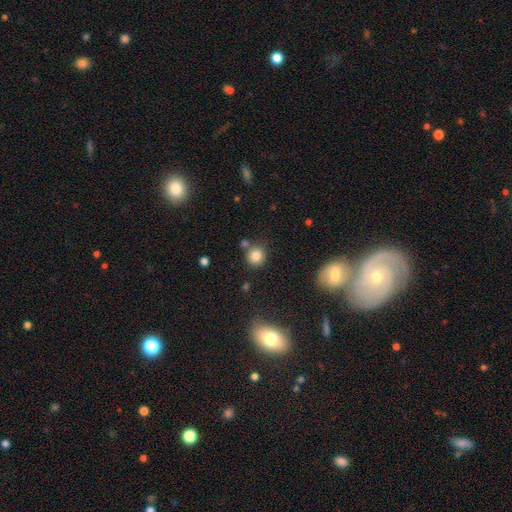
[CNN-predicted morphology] type=smooth (82%); roundness=round (87%); merging=none (74%).